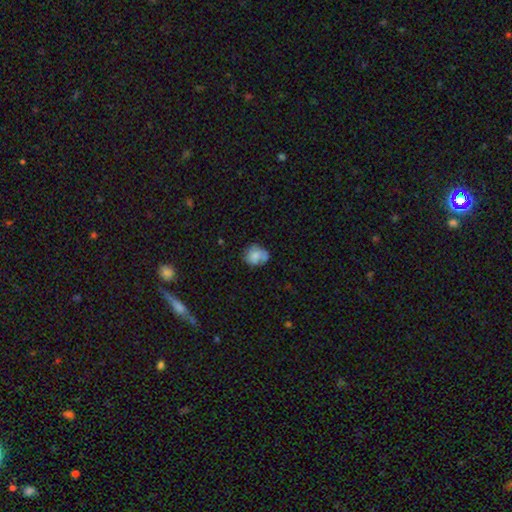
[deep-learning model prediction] Smooth or featured? Predicted: smooth (p=0.71). How rounded? Predicted: round (p=0.59). Merging? Predicted: none (p=0.49).